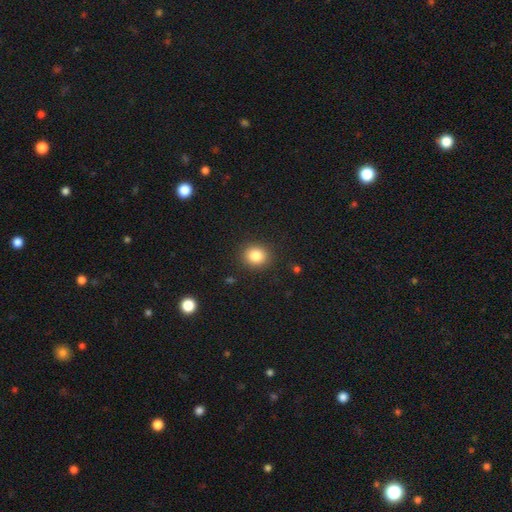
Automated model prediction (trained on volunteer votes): Overall: smooth (84%). How rounded: round (81%). Merging: none (89%).